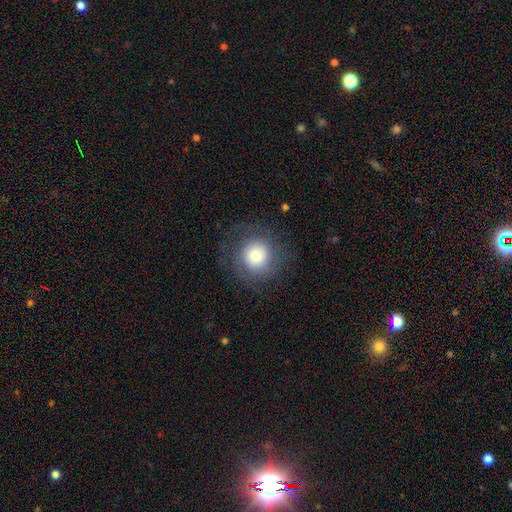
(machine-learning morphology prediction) Smooth or featured? Predicted: smooth (p=0.70). How rounded? Predicted: round (p=0.92). Merging? Predicted: none (p=0.76).